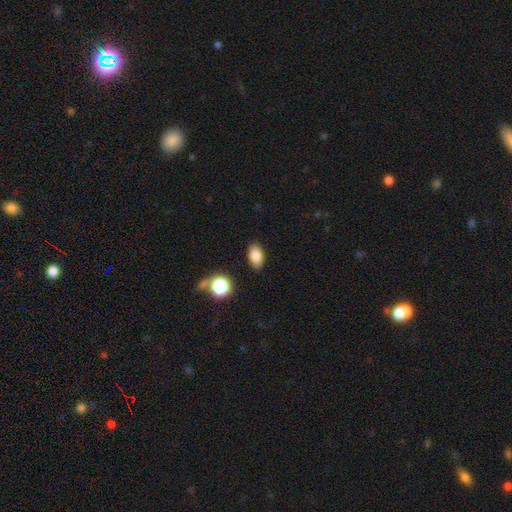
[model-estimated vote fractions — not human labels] smooth 84%, star or artifact 10%, featured or disk 6%. Down the decision tree: how rounded — in between (89%); merging — none (85%).